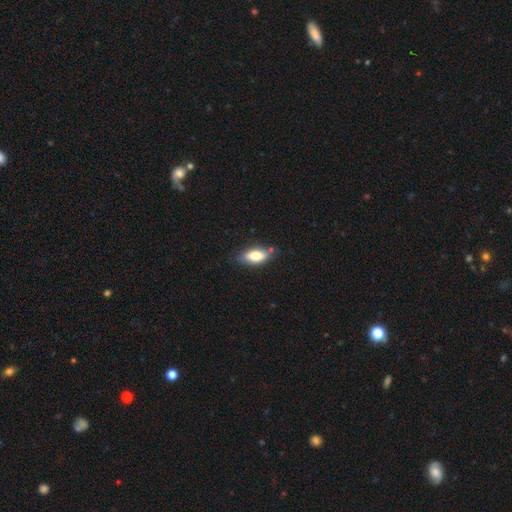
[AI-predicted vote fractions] A smooth galaxy with no disk features (72%) that is in between round and cigar-shaped (81%). Merging: none (73%).